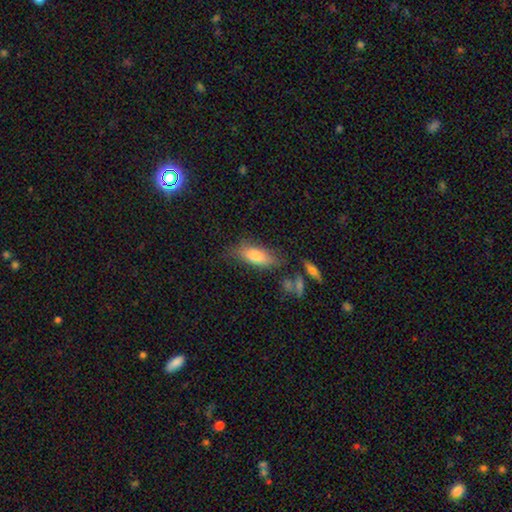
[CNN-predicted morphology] A smooth galaxy with no disk features (76%) that is in between round and cigar-shaped (71%).

Vote fractions:
- Smooth or featured? smooth: 76% / featured or disk: 16% / star or artifact: 8%
- How rounded? in between: 71% / cigar-shaped: 27% / round: 3%
- Merging? none: 69% / minor disturbance: 20% / major disturbance: 6% / merger: 5%